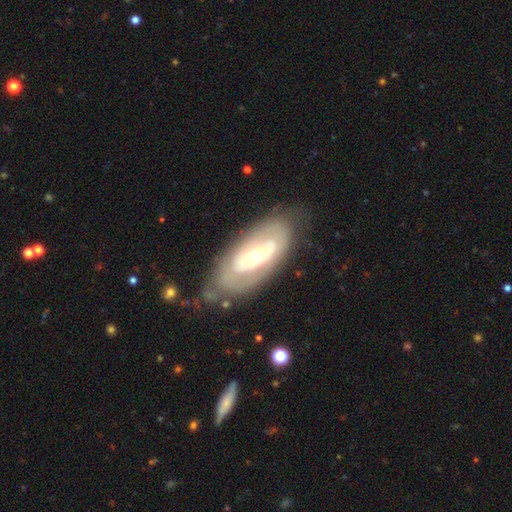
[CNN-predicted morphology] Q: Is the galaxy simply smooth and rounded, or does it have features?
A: featured or disk — 69%.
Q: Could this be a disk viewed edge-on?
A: no — 90%.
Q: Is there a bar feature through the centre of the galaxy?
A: no — 65%.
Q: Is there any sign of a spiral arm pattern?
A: no — 58%.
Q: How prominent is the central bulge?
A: moderate — 55%.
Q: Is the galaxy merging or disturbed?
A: none — 69%.